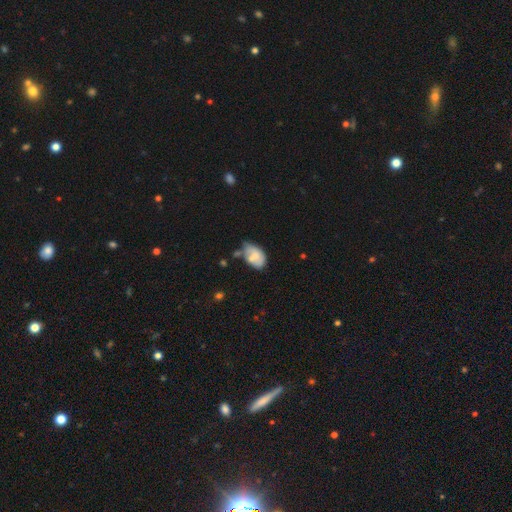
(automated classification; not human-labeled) A smooth galaxy with no disk features (63%) that is in between round and cigar-shaped (89%).

Vote fractions:
- Smooth or featured? smooth: 63% / featured or disk: 29% / star or artifact: 8%
- How rounded? in between: 89% / round: 10% / cigar-shaped: 1%
- Merging? minor disturbance: 37% / none: 33% / merger: 17% / major disturbance: 13%